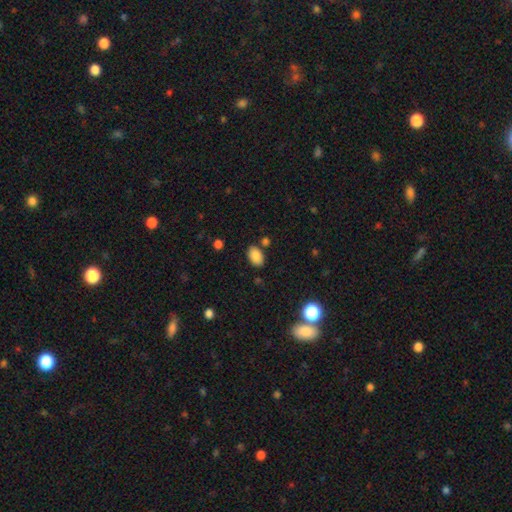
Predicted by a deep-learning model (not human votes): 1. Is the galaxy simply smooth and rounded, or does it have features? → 86% smooth, 9% star or artifact, 5% featured or disk.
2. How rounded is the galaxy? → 90% in between, 8% round, 1% cigar-shaped.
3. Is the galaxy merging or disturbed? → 80% none, 11% minor disturbance, 6% merger, 3% major disturbance.